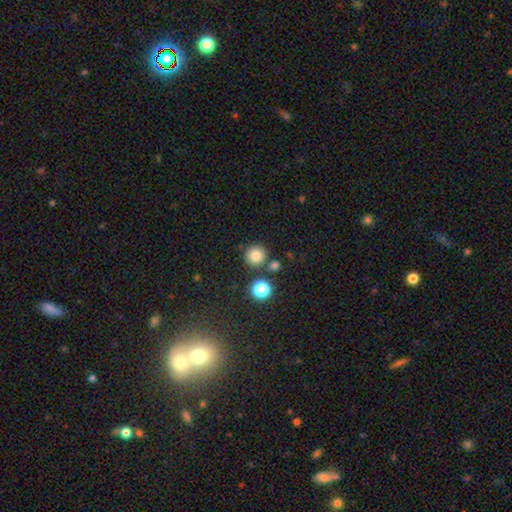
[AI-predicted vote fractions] A smooth galaxy with no disk features (81%) that is round (94%). Merging: none (80%).